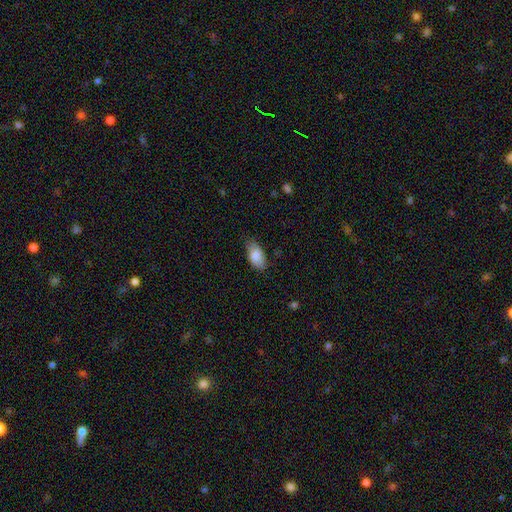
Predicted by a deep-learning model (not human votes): This appears to be a smooth galaxy with no disk features (83%) that is in between round and cigar-shaped (92%). Merging: none (74%).